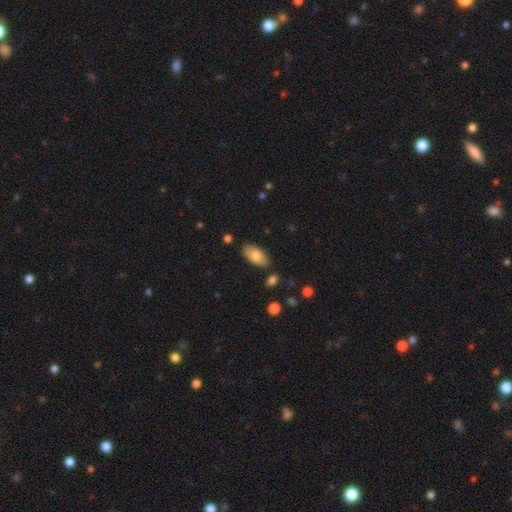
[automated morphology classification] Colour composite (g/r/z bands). It shows a smooth galaxy with no disk features (81%) that is in between round and cigar-shaped (92%). Merging: none (82%).